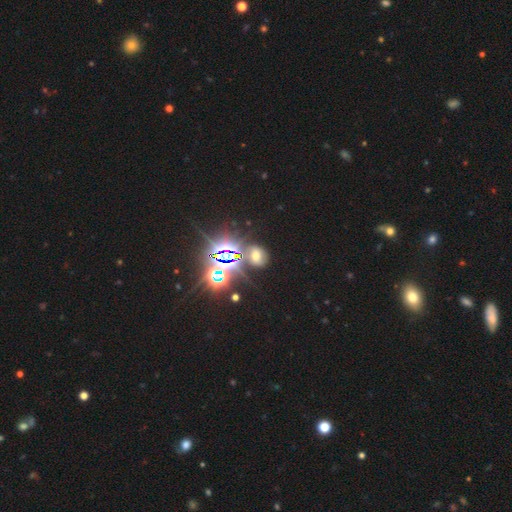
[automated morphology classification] The model was most divided on "smooth or featured": star or artifact: 49%, smooth: 33%, featured or disk: 18%.